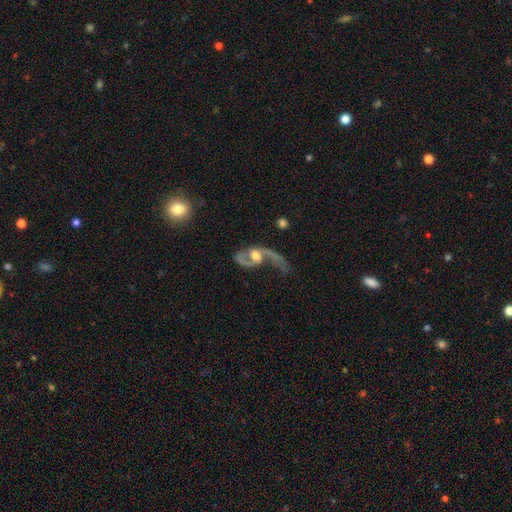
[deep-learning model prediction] Smooth or featured: featured or disk — 86% (smooth — 9%)
Edge-on disk: no — 95% (yes — 5%)
Bar: no — 50% (weak — 37%)
Spiral arms: yes — 92% (no — 8%)
Spiral winding: loose — 66% (medium — 28%)
Spiral arm count: 2 — 82% (1 — 12%)
Bulge size: moderate — 64% (large — 17%)
Merging: major disturbance — 41% (none — 34%)